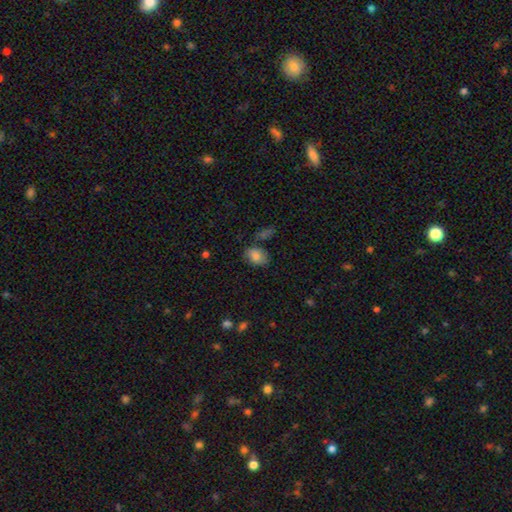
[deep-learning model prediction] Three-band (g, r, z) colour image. It shows a smooth galaxy with no disk features (82%) that is in between round and cigar-shaped (72%). Merging: none (66%).